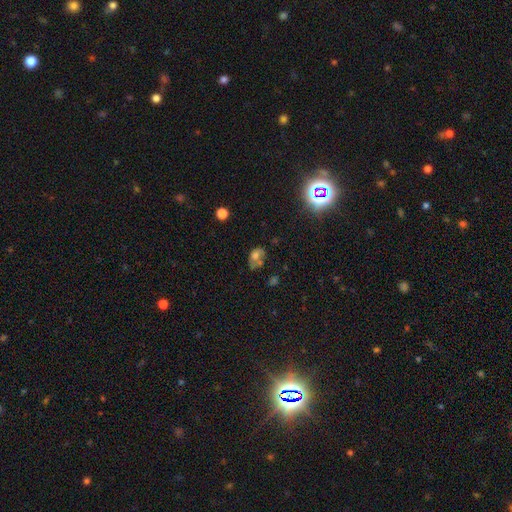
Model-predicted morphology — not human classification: Smooth or featured? smooth (59%)
How rounded? in between (75%)
Merging? none (32%)